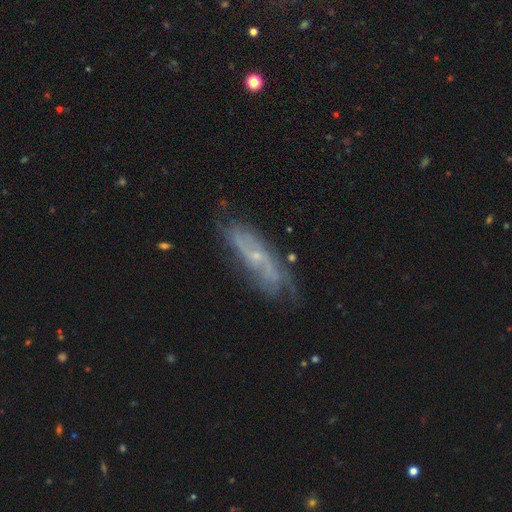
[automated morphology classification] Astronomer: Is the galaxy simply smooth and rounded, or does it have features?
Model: featured or disk — 70%.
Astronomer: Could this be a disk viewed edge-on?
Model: no — 76%.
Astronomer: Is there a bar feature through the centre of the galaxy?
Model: no — 63%.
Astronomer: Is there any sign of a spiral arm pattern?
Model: yes — 80%.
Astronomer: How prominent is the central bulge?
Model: small — 76%.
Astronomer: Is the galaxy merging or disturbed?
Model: none — 64%.